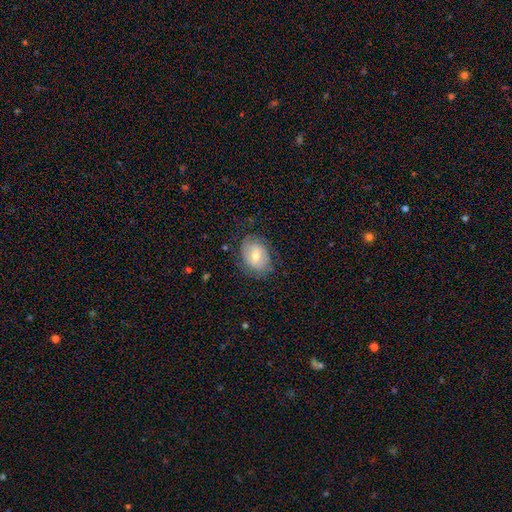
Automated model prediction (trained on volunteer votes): This appears to be a smooth galaxy with no disk features (56%) that is in between round and cigar-shaped (68%). Merging: none (70%).